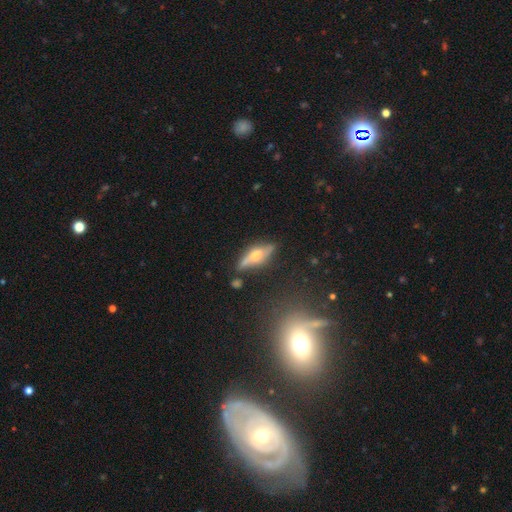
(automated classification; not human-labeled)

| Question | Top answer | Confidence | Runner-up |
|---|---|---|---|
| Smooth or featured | featured or disk | 64% | smooth (29%) |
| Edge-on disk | yes | 82% | no (18%) |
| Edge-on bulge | rounded | 90% | boxy (8%) |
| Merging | none | 71% | minor disturbance (19%) |